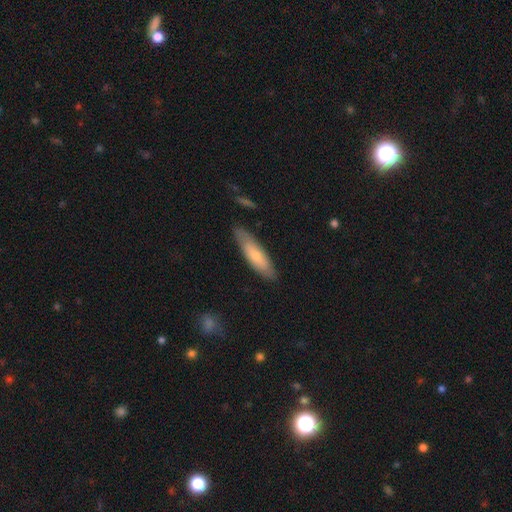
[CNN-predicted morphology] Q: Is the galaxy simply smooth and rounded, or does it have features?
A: smooth — 64%.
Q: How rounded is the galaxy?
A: cigar-shaped — 61%.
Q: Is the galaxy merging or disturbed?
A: none — 81%.